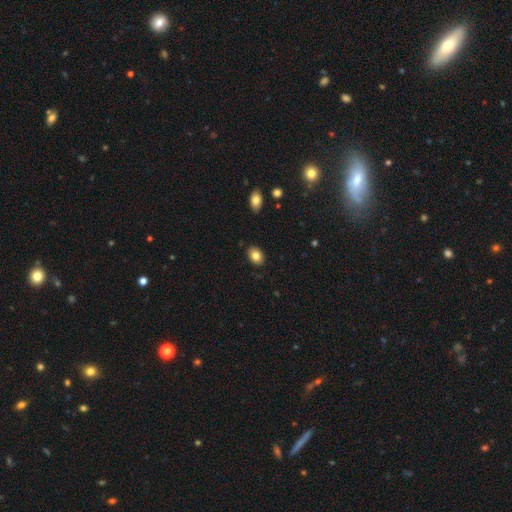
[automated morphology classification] The model was most divided on "how rounded": in between: 76%, round: 23%, cigar-shaped: 1%. More confident: merging — none (87%); smooth or featured — smooth (83%).